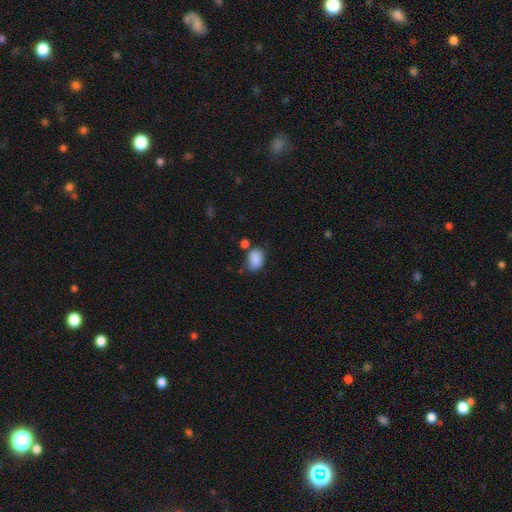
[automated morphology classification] A smooth galaxy with no disk features (87%) that is in between round and cigar-shaped (72%). Merging: none (60%).